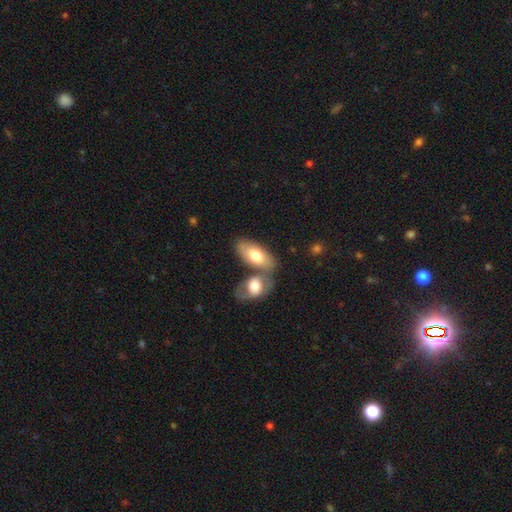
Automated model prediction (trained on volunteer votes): smooth-or-featured: smooth: 68% | featured or disk: 26% | star or artifact: 5%
  how-rounded: in between: 90% | cigar-shaped: 6% | round: 4%
  merging: merger: 44% | none: 43% | minor disturbance: 10% | major disturbance: 4%